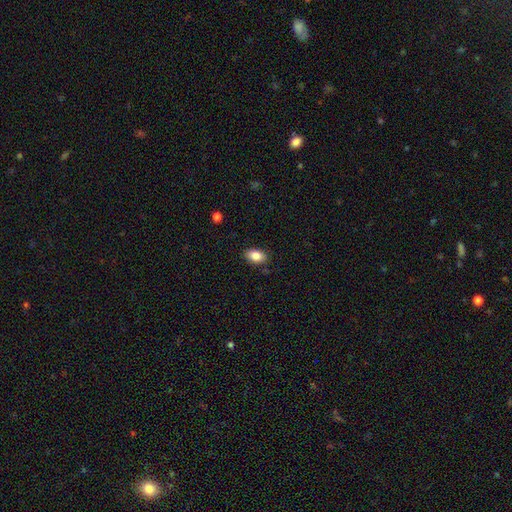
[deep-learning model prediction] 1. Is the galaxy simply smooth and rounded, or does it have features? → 86% smooth, 8% star or artifact, 6% featured or disk.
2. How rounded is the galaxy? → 90% in between, 8% round, 2% cigar-shaped.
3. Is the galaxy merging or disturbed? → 86% none, 10% minor disturbance, 2% major disturbance, 1% merger.